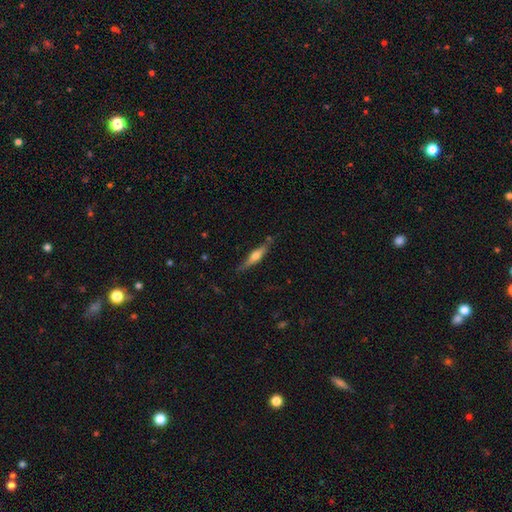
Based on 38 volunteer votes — Smooth or featured? featured or disk (66%)
Edge-on disk? yes (100%)
Edge-on bulge? rounded (88%)
Merging? none (84%)